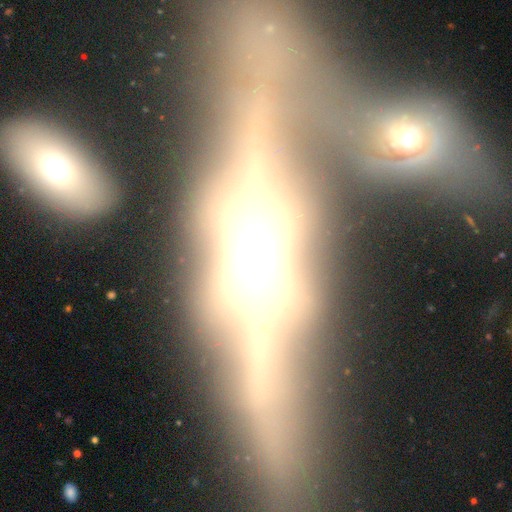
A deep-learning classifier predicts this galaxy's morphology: type=featured or disk (70%); edge-on=yes (66%); merging=merger (40%).